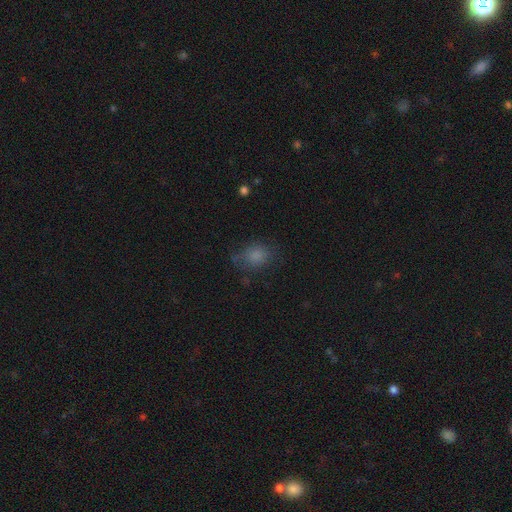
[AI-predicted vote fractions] Smooth or featured?
  - smooth: 79% *
  - star or artifact: 12%
  - featured or disk: 9%
How rounded?
  - in between: 54% *
  - round: 44%
  - cigar-shaped: 1%
Merging?
  - none: 65% *
  - minor disturbance: 23%
  - major disturbance: 10%
  - merger: 2%